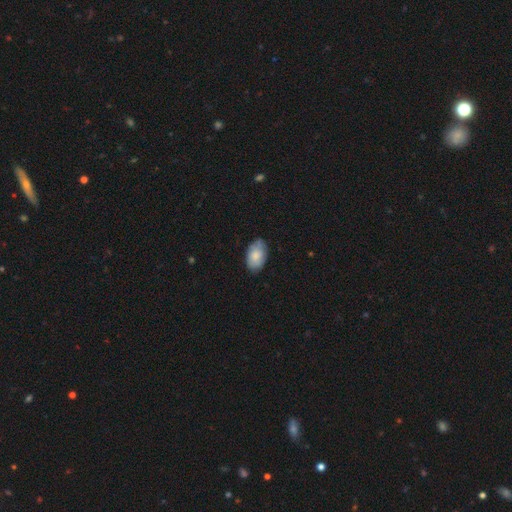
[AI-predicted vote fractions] Q: Smooth or featured?
A: smooth (78%); runner-up: featured or disk (16%)
Q: How rounded?
A: in between (93%); runner-up: round (6%)
Q: Merging?
A: none (77%); runner-up: minor disturbance (19%)